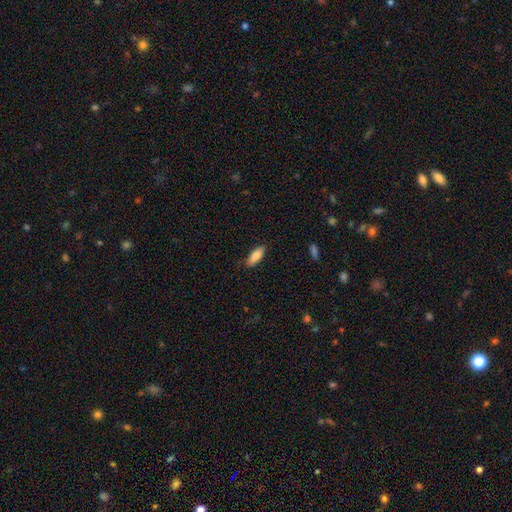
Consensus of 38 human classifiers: Overall: smooth (87%). How rounded: in between (79%). Merging: none (84%).